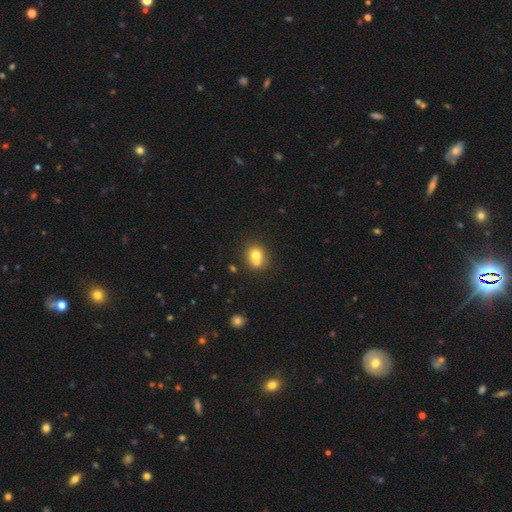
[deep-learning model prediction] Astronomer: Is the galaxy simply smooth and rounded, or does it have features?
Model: smooth — 72%.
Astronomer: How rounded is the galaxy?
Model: round — 72%.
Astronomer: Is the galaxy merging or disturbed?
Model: merger — 45% (runner-up: none, 41%).